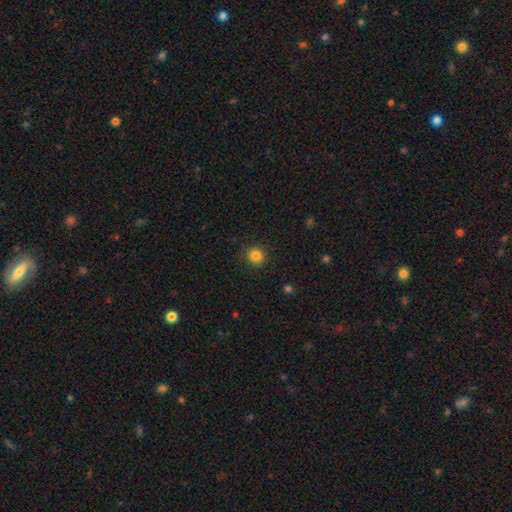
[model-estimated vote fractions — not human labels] This is clearly a smooth galaxy (84%). How rounded: clearly round (90%). Merging: clearly none (89%).